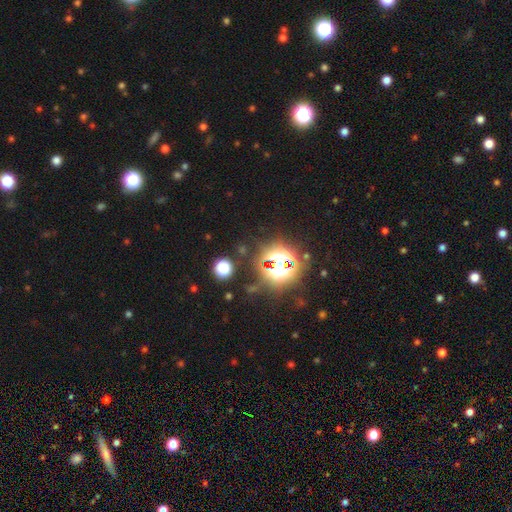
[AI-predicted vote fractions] The model was most divided on "smooth or featured": star or artifact: 82%, smooth: 12%, featured or disk: 6%.